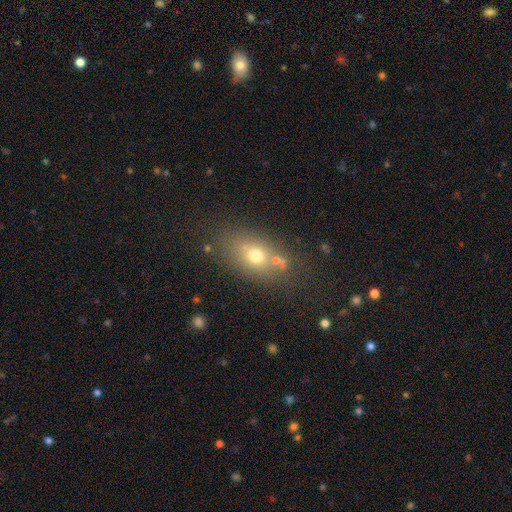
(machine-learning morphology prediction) Smooth or featured? smooth (66%)
How rounded? in between (69%)
Merging? none (65%)